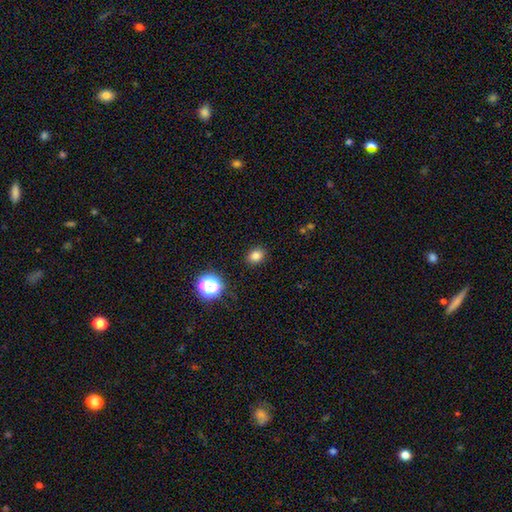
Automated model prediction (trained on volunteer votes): Overall: smooth (82%). How rounded: in between (50%; round 49%). Merging: none (89%).